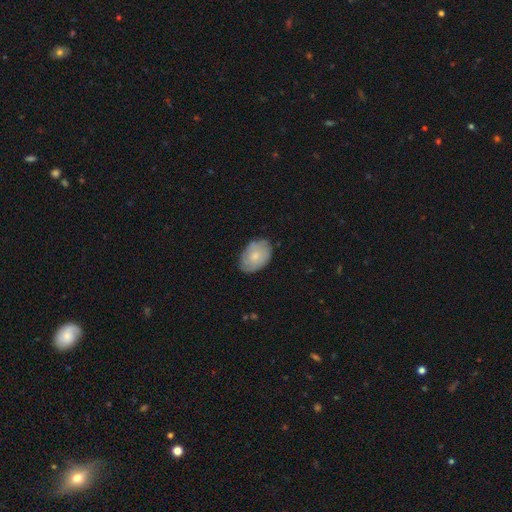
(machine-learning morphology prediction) This appears to be a smooth galaxy with no disk features (60%) that is in between round and cigar-shaped (83%). Merging: none (75%).